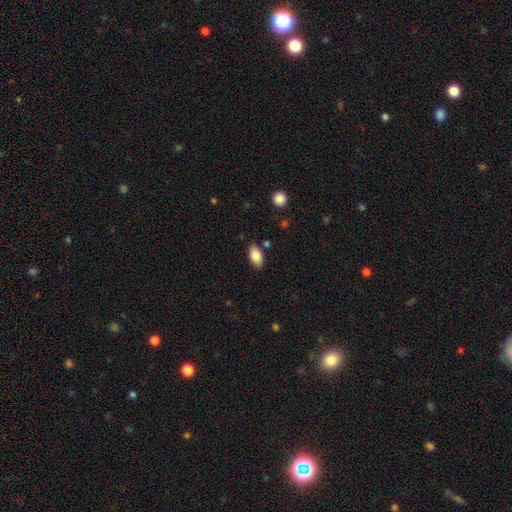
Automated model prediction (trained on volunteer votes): Smooth or featured?
  - smooth: 84% *
  - featured or disk: 9%
  - star or artifact: 7%
How rounded?
  - in between: 93% *
  - cigar-shaped: 4%
  - round: 3%
Merging?
  - none: 85% *
  - minor disturbance: 11%
  - merger: 2%
  - major disturbance: 2%